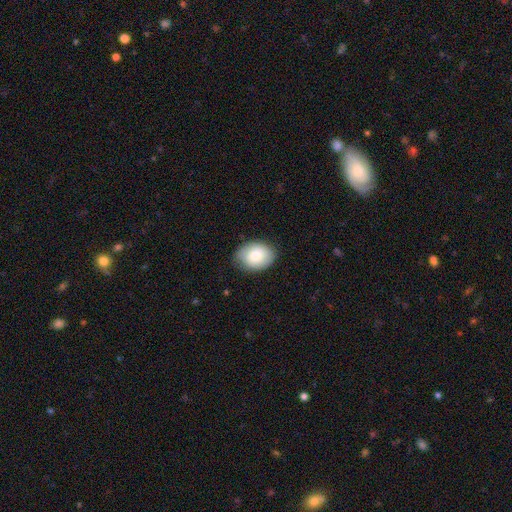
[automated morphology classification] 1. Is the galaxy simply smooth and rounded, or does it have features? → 81% smooth, 13% featured or disk, 7% star or artifact.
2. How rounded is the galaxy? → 72% in between, 27% round, 1% cigar-shaped.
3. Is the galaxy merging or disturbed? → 80% none, 16% minor disturbance, 3% major disturbance, 1% merger.